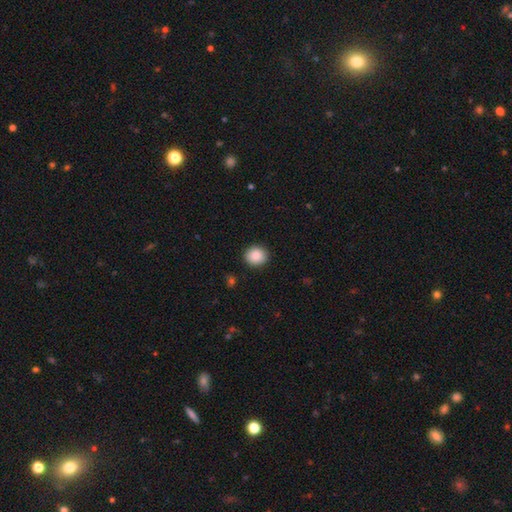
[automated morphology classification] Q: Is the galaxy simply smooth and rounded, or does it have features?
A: smooth — 87%.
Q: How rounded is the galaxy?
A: round — 84%.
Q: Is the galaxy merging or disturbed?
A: none — 91%.